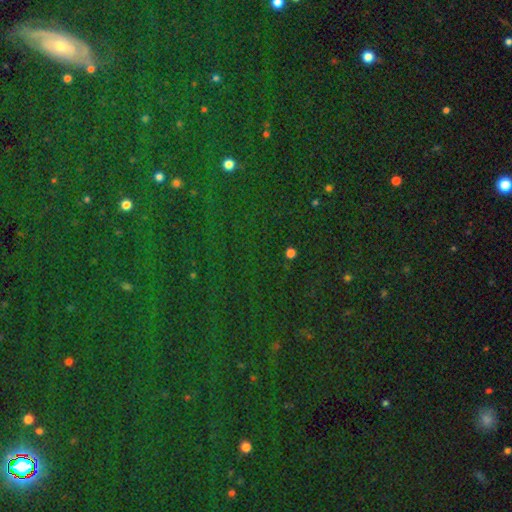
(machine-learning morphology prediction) The model was most divided on "smooth or featured": star or artifact: 81%, smooth: 12%, featured or disk: 7%.